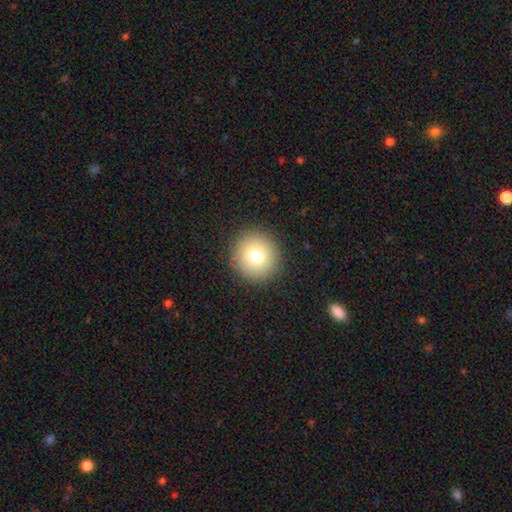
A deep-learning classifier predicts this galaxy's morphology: This appears to be a smooth galaxy with no disk features (77%) that is round (93%). Merging: none (91%).